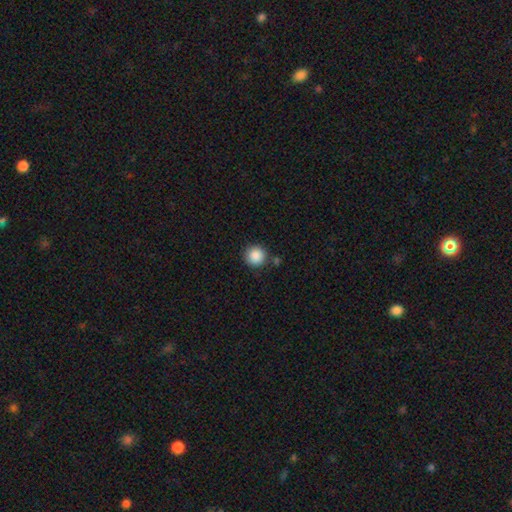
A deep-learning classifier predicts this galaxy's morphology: A smooth galaxy with no disk features (88%) that is round (95%).

Vote fractions:
- Smooth or featured? smooth: 88% / star or artifact: 9% / featured or disk: 3%
- How rounded? round: 95% / in between: 4% / cigar-shaped: 1%
- Merging? none: 84% / minor disturbance: 8% / merger: 5% / major disturbance: 3%